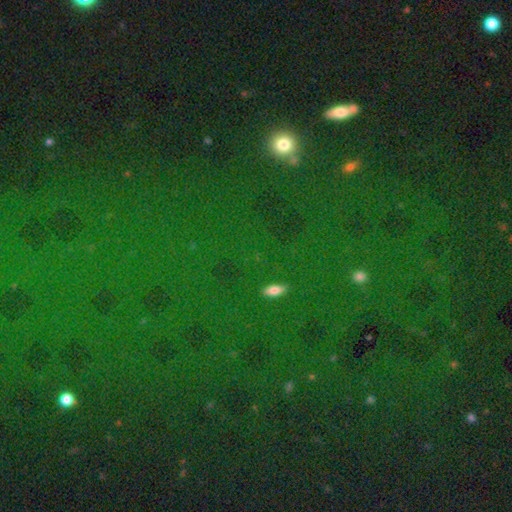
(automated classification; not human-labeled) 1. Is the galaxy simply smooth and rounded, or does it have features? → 73% star or artifact, 18% smooth, 8% featured or disk.